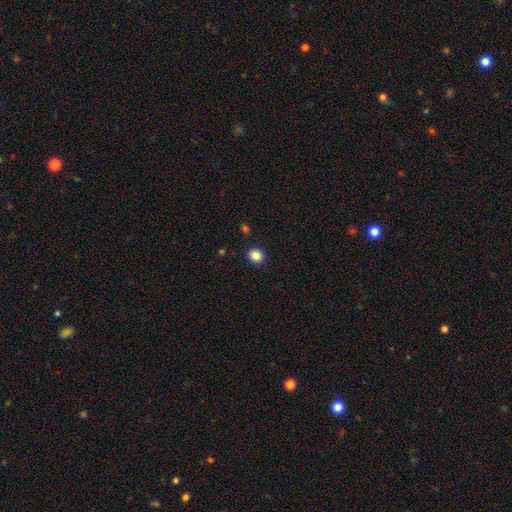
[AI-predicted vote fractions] The model was most divided on "how rounded": round: 82%, in between: 17%, cigar-shaped: 1%. More confident: merging — none (91%); smooth or featured — smooth (87%).